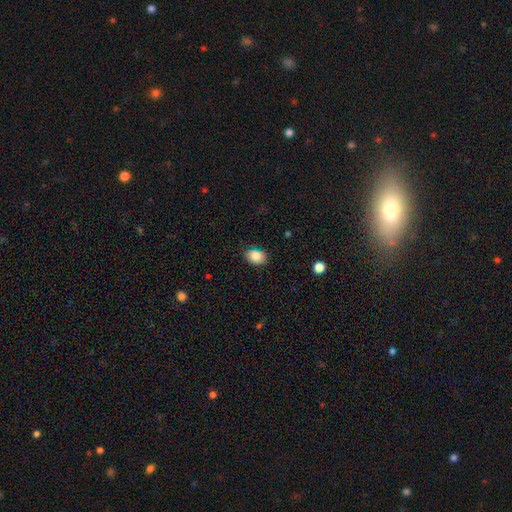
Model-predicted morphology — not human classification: Overall: smooth (87%). How rounded: in between (73%). Merging: none (79%).